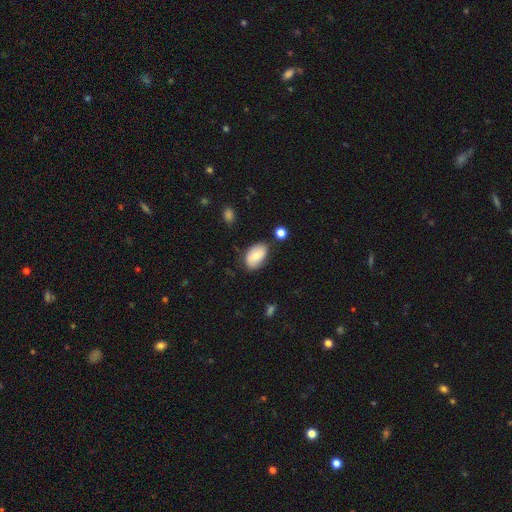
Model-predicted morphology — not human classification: Overall: smooth (71%). How rounded: in between (92%). Merging: none (72%).